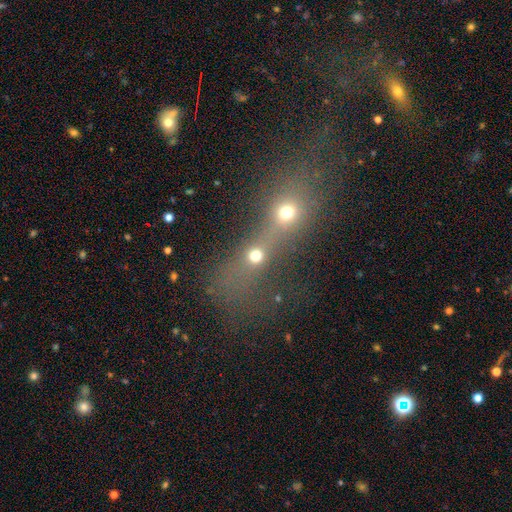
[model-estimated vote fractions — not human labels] Smooth or featured? smooth (65%)
How rounded? round (64%)
Merging? merger (68%)